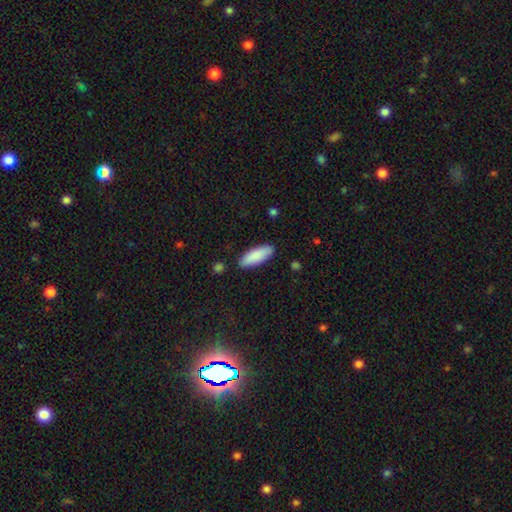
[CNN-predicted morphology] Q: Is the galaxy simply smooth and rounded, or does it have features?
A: smooth — 88%.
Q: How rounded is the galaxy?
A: in between — 64%.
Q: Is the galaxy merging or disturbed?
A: none — 87%.